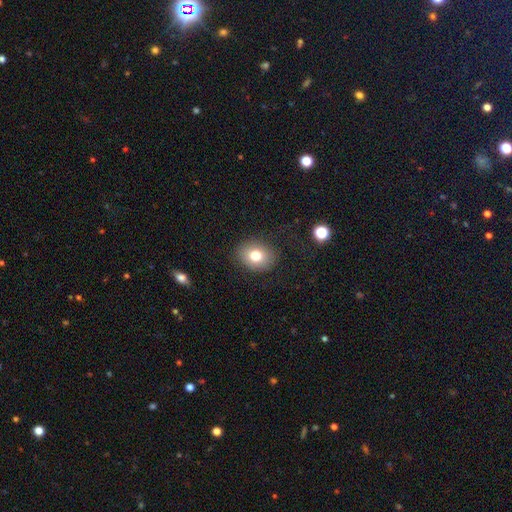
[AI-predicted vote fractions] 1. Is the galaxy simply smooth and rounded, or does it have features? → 77% smooth, 12% featured or disk, 11% star or artifact.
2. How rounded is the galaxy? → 54% in between, 46% round, 1% cigar-shaped.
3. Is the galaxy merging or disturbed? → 85% none, 10% minor disturbance, 4% major disturbance, 1% merger.